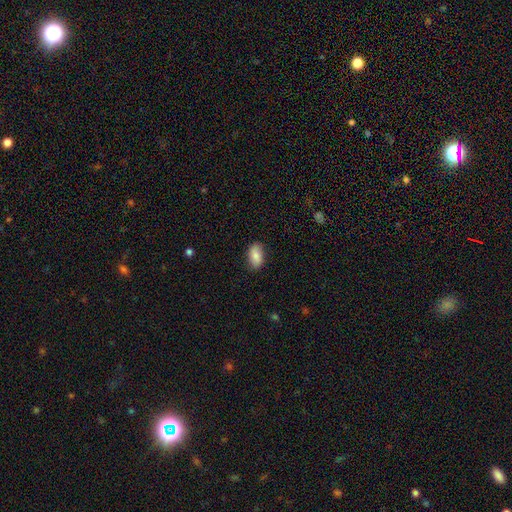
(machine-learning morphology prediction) Overall: smooth (84%). How rounded: in between (92%). Merging: none (85%).